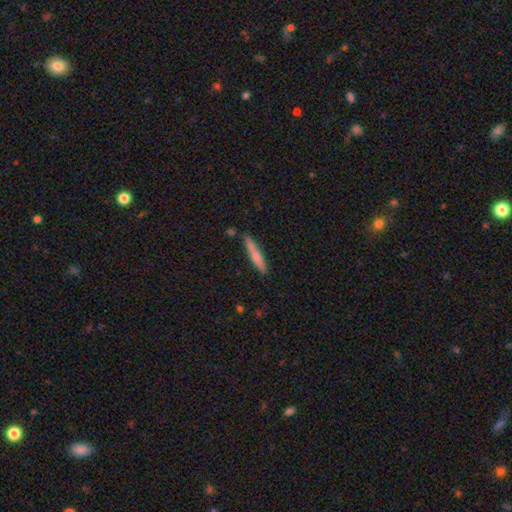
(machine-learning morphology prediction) smooth_or_featured: smooth (p=0.60) [alt: featured or disk p=0.34]
how_rounded: cigar-shaped (p=0.92) [alt: in between p=0.06]
merging: none (p=0.84) [alt: minor disturbance p=0.11]